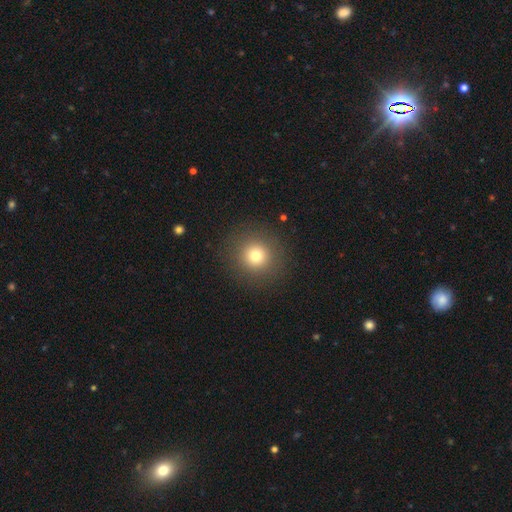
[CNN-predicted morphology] smooth_or_featured: smooth (p=0.75) [alt: star or artifact p=0.15]
how_rounded: round (p=0.94) [alt: in between p=0.05]
merging: none (p=0.90) [alt: minor disturbance p=0.06]